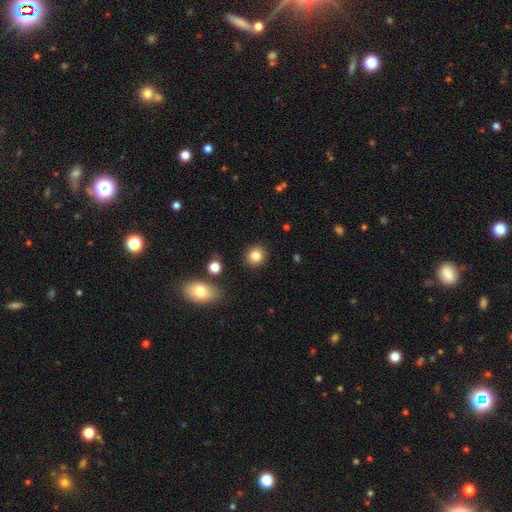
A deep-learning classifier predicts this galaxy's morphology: The model was most divided on "smooth or featured": smooth: 84%, star or artifact: 10%, featured or disk: 6%. More confident: merging — none (90%); how rounded — round (86%).